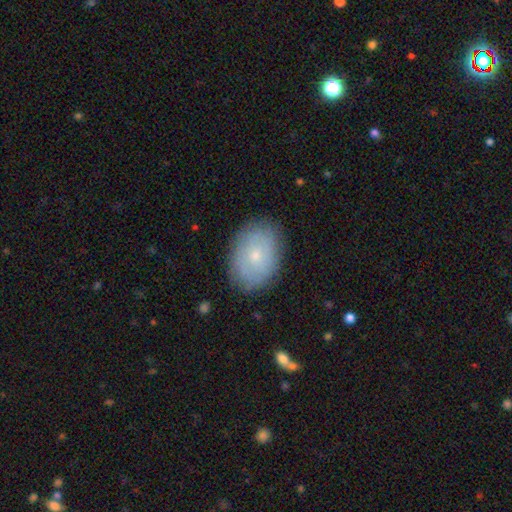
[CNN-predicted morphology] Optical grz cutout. It shows a smooth galaxy with no disk features (51%) that is in between round and cigar-shaped (78%). Merging: none (84%).